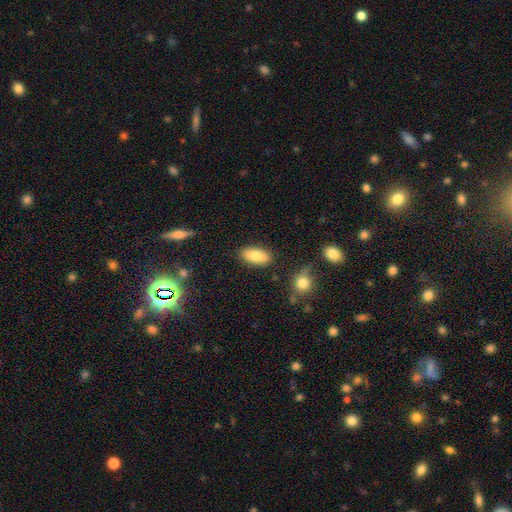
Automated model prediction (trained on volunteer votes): Smooth or featured? smooth (80%)
How rounded? in between (92%)
Merging? none (85%)